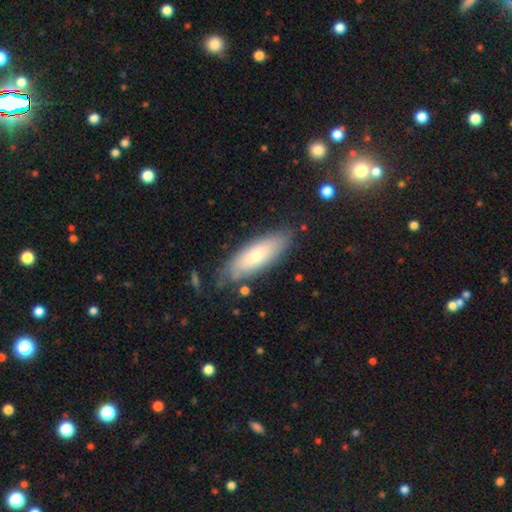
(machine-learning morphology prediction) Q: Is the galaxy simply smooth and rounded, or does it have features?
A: smooth — 64%.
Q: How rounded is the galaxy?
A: in between — 64%.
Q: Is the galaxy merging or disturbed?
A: none — 77%.